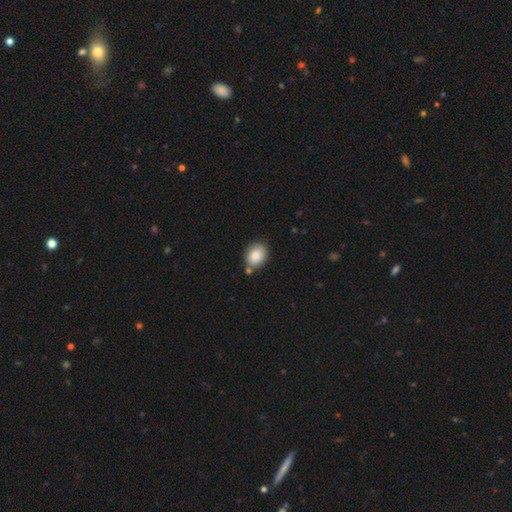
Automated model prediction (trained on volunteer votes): The model was most divided on "how rounded": in between: 62%, round: 37%, cigar-shaped: 1%. More confident: smooth or featured — smooth (86%); merging — none (72%).